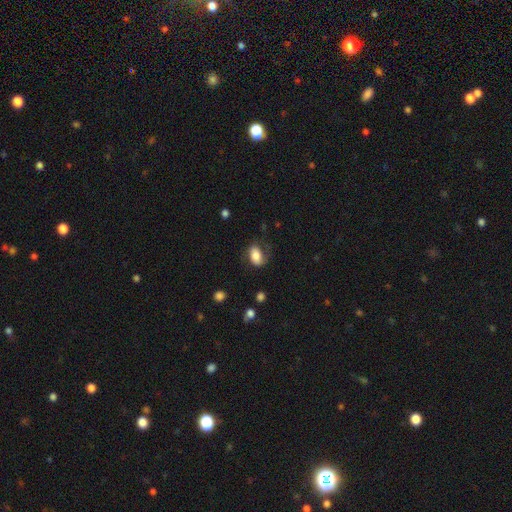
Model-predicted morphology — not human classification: smooth 72%, featured or disk 21%, star or artifact 8%. Down the decision tree: how rounded — in between (87%); merging — none (61%).